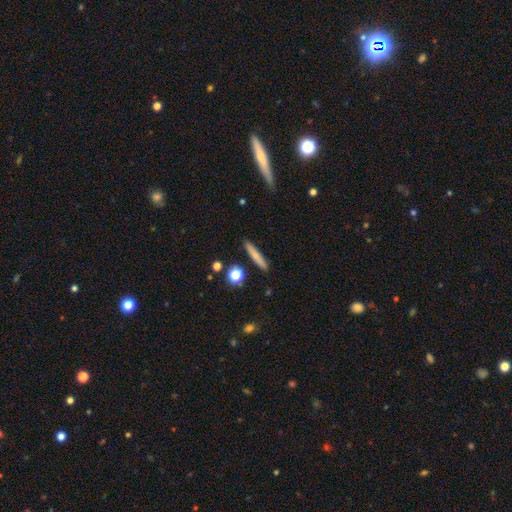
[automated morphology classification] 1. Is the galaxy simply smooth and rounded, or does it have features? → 69% smooth, 22% featured or disk, 9% star or artifact.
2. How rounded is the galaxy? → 90% cigar-shaped, 7% in between, 3% round.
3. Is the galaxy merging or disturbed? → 89% none, 7% minor disturbance, 2% merger, 2% major disturbance.